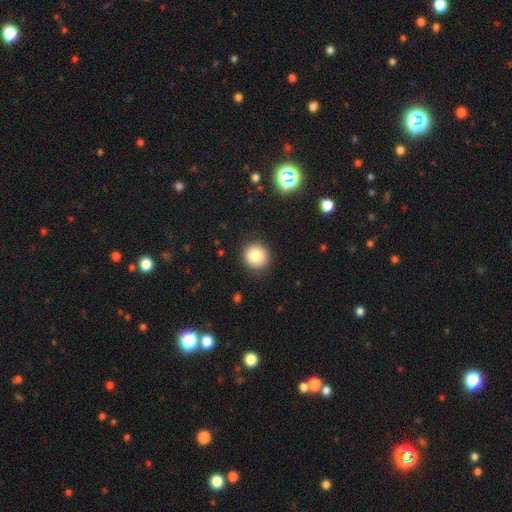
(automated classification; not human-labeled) Q: Smooth or featured?
A: smooth (82%); runner-up: star or artifact (10%)
Q: How rounded?
A: round (92%); runner-up: in between (7%)
Q: Merging?
A: none (90%); runner-up: minor disturbance (7%)